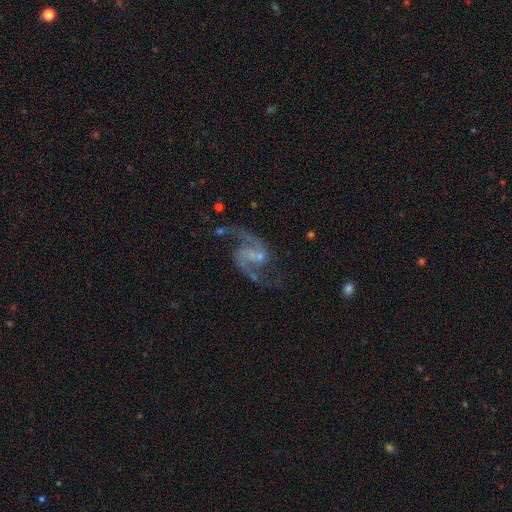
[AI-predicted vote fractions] Smooth or featured: featured or disk — 92% (star or artifact — 5%)
Edge-on disk: no — 98% (yes — 2%)
Bar: weak — 46% (no — 38%)
Spiral arms: yes — 98% (no — 2%)
Spiral winding: loose — 47% (medium — 46%)
Spiral arm count: 2 — 94% (1 — 1%)
Bulge size: small — 51% (none — 31%)
Merging: none — 72% (minor disturbance — 14%)